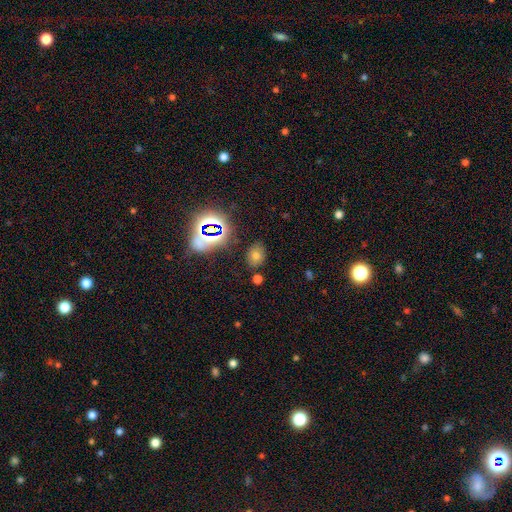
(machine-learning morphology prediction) Q: Smooth or featured?
A: smooth (54%); runner-up: star or artifact (34%)
Q: How rounded?
A: in between (62%); runner-up: round (36%)
Q: Merging?
A: none (80%); runner-up: minor disturbance (12%)